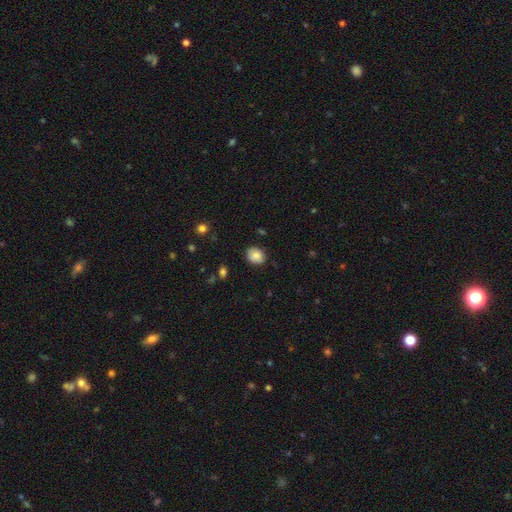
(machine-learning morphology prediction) Smooth or featured?
  - smooth: 83% *
  - star or artifact: 8%
  - featured or disk: 8%
How rounded?
  - round: 54% *
  - in between: 45%
  - cigar-shaped: 1%
Merging?
  - none: 82% *
  - minor disturbance: 14%
  - major disturbance: 3%
  - merger: 1%